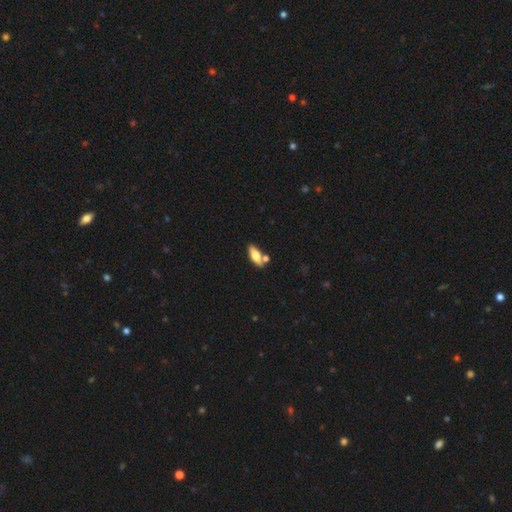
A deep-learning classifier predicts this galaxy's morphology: This appears to be a smooth galaxy with no disk features (60%) that is in between round and cigar-shaped (64%). Merging: none (70%).